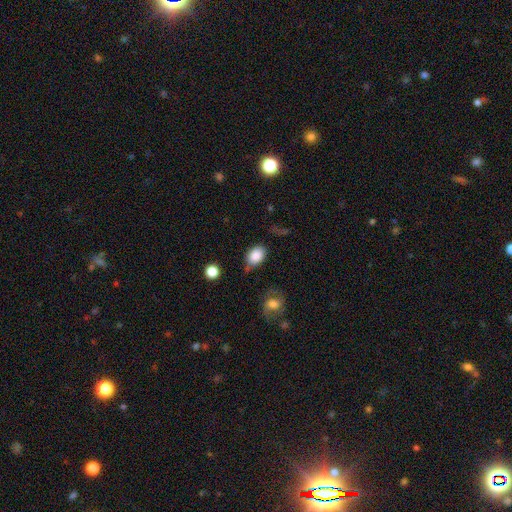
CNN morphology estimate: A smooth galaxy with no disk features (85%) that is in between round and cigar-shaped (75%). Merging: none (61%).